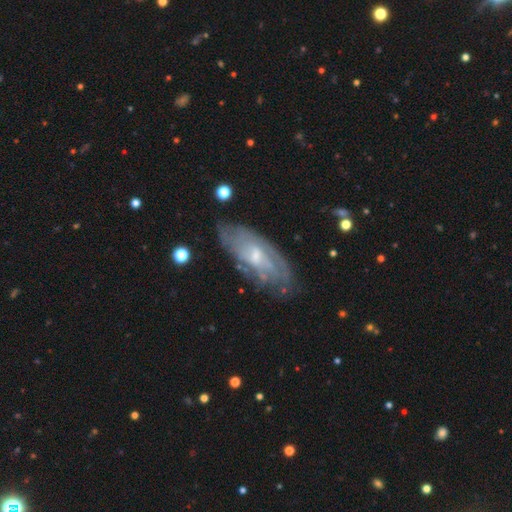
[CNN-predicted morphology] This appears to be a featured or disk galaxy (70%) with no bar (58%), spiral arms (72%) and a small central bulge (55%). Merging: none (72%).